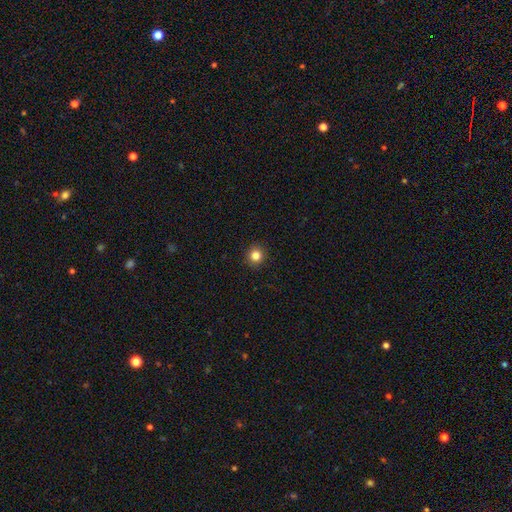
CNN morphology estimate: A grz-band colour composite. It shows a smooth galaxy with no disk features (83%) that is round (91%). Merging: none (92%).